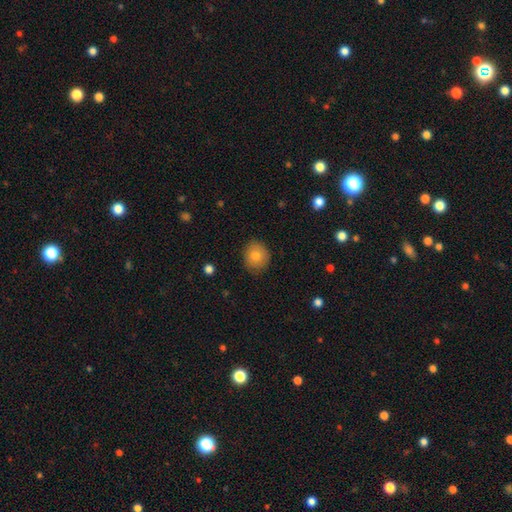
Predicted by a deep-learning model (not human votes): The model was most divided on "how rounded": round: 74%, in between: 25%, cigar-shaped: 1%. More confident: merging — none (84%); smooth or featured — smooth (80%).